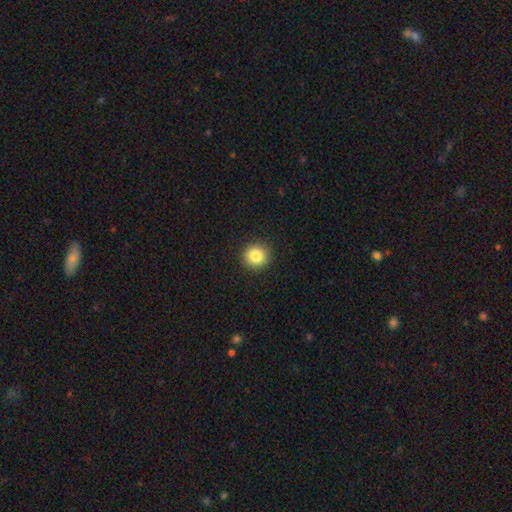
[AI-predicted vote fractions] Overall: smooth (84%). How rounded: round (90%). Merging: none (92%).